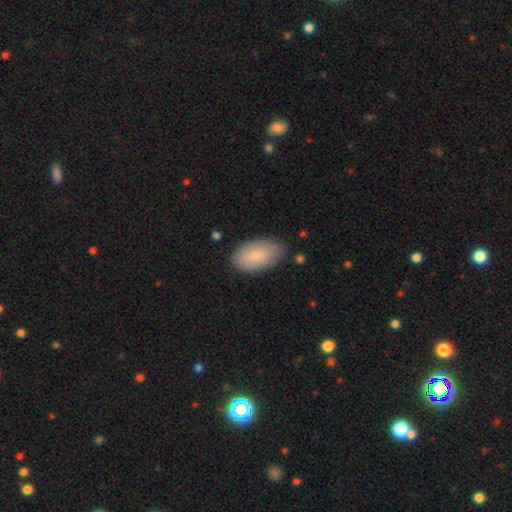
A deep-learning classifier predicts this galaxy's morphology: smooth-or-featured: smooth: 77% | featured or disk: 17% | star or artifact: 6%
  how-rounded: in between: 94% | round: 4% | cigar-shaped: 2%
  merging: none: 78% | minor disturbance: 17% | major disturbance: 3% | merger: 2%